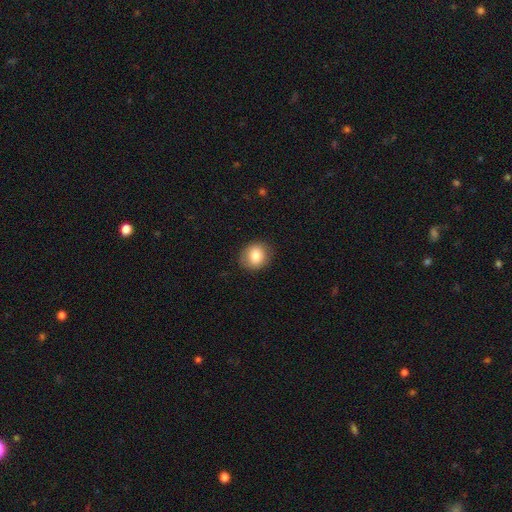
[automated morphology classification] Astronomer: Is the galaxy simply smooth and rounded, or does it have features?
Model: smooth — 81%.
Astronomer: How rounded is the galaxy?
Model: round — 74%.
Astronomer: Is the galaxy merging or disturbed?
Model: none — 86%.